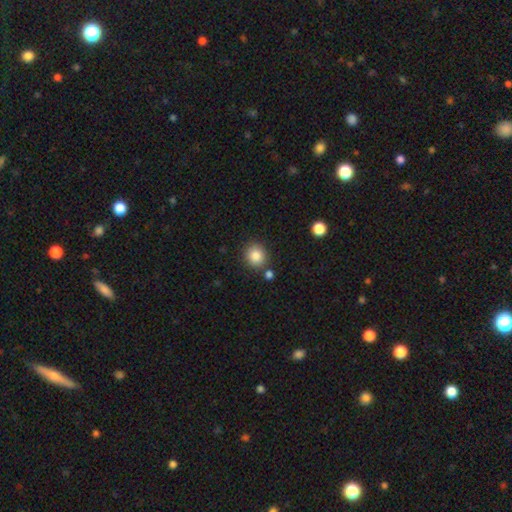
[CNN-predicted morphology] Smooth or featured? smooth (86%)
How rounded? round (80%)
Merging? none (80%)